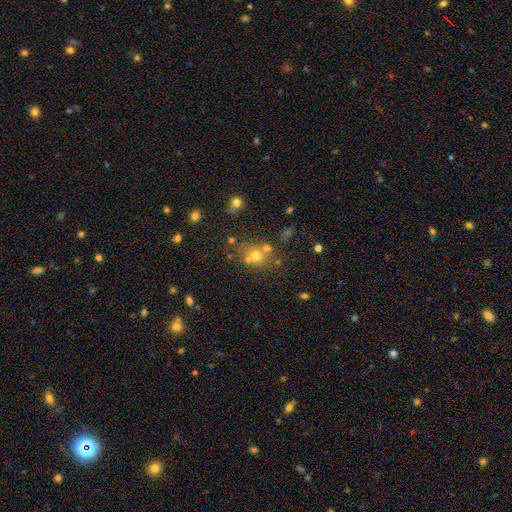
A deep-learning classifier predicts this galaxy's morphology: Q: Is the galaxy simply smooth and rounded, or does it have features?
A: smooth — 63%.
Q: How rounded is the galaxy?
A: round — 76%.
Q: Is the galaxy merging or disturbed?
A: none — 53%.